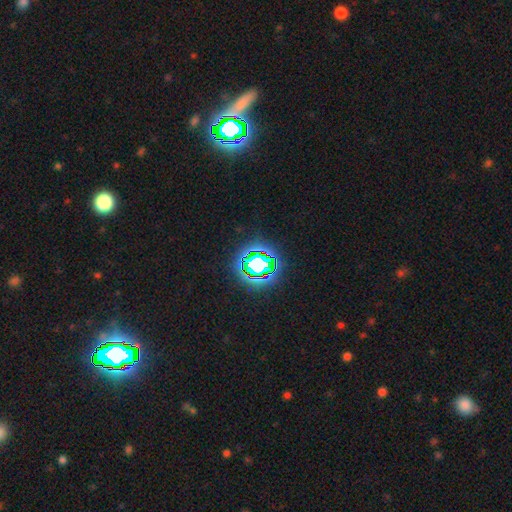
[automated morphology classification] A star or artifact, not a galaxy (76%).